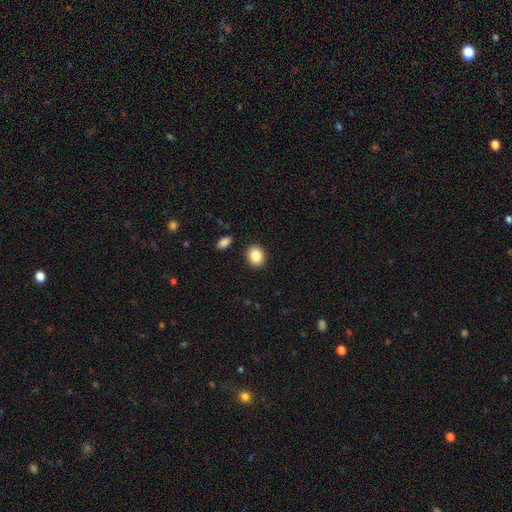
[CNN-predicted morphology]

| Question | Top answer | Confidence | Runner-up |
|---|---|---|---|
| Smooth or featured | smooth | 86% | star or artifact (8%) |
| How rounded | round | 51% | in between (48%) |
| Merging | none | 89% | minor disturbance (7%) |